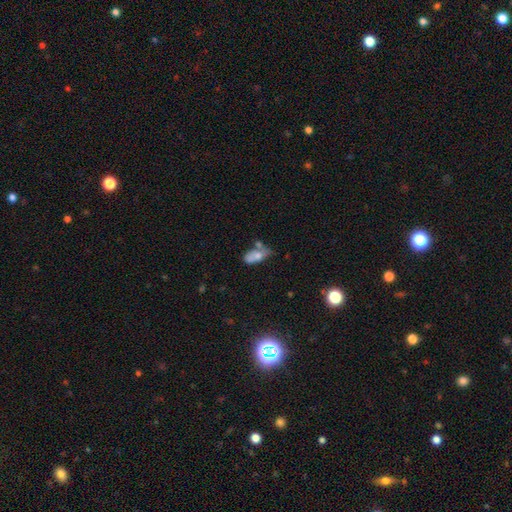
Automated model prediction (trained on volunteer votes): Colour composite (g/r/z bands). It shows a smooth galaxy with no disk features (68%) that is in between round and cigar-shaped (86%). Merging: none (31%).